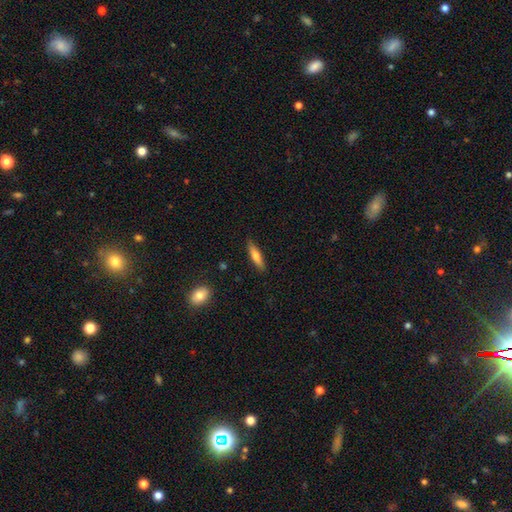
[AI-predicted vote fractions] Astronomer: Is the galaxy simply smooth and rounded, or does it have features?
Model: smooth — 64%.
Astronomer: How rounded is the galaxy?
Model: cigar-shaped — 74%.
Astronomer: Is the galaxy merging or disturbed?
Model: none — 87%.